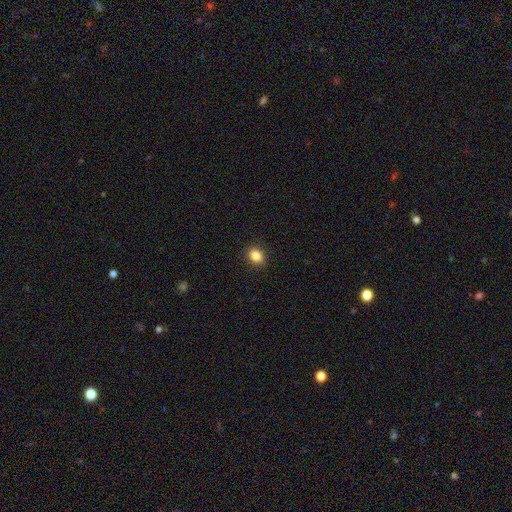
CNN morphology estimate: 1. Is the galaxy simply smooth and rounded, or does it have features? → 85% smooth, 10% star or artifact, 4% featured or disk.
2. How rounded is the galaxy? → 50% round, 49% in between, 1% cigar-shaped.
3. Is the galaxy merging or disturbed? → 91% none, 6% minor disturbance, 2% major disturbance, 1% merger.